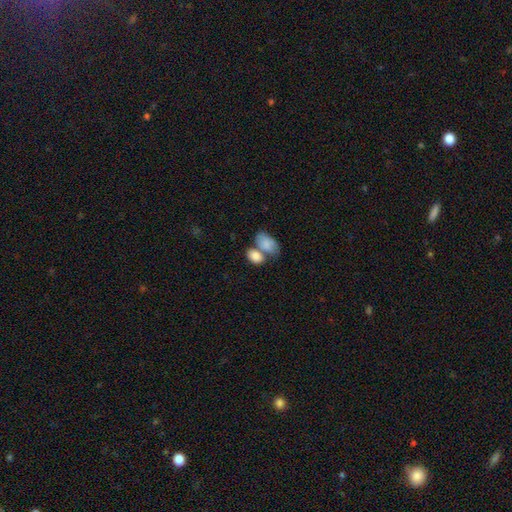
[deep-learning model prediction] Smooth or featured? smooth (84%)
How rounded? in between (85%)
Merging? merger (57%)